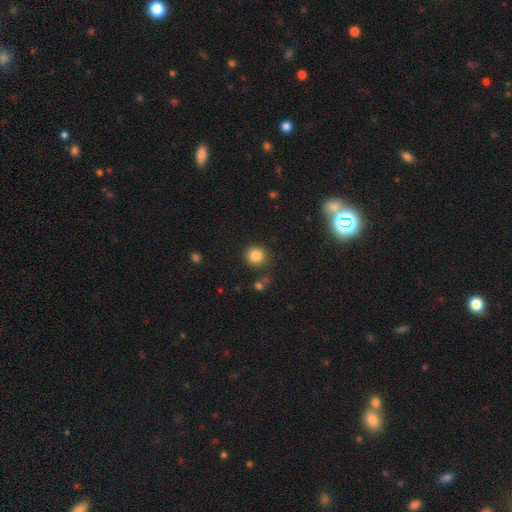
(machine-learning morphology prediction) This is clearly a smooth galaxy (84%). How rounded: clearly round (91%). Merging: clearly none (86%).